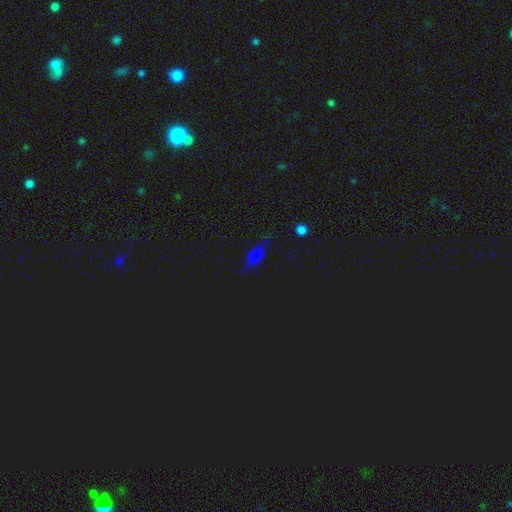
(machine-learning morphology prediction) Smooth or featured? Predicted: smooth (p=0.53). How rounded? Predicted: in between (p=0.65). Merging? Predicted: none (p=0.72).